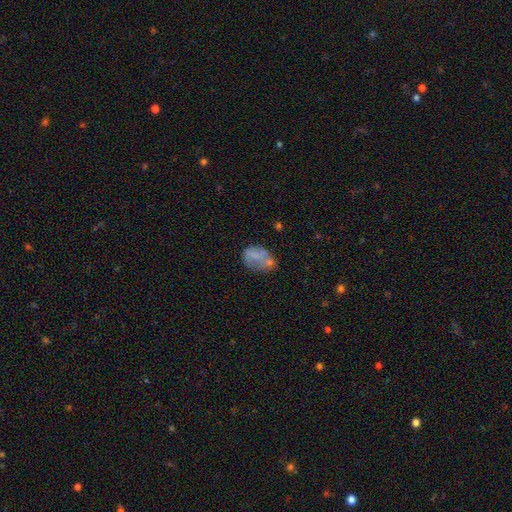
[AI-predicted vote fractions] A smooth galaxy with no disk features (58%) that is in between round and cigar-shaped (80%).

Vote fractions:
- Smooth or featured? smooth: 58% / featured or disk: 31% / star or artifact: 11%
- How rounded? in between: 80% / round: 19% / cigar-shaped: 2%
- Merging? none: 38% / minor disturbance: 25% / major disturbance: 19% / merger: 18%